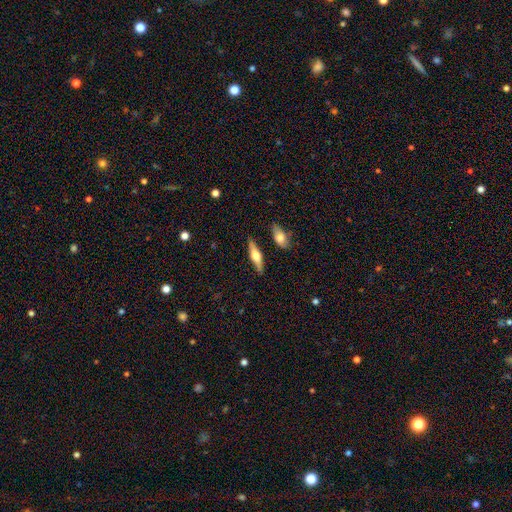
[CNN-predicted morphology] smooth_or_featured: featured or disk (p=0.55) [alt: smooth p=0.39]
disk_edge_on: yes (p=0.93) [alt: no p=0.07]
edge_on_bulge: rounded (p=0.92) [alt: boxy p=0.05]
merging: none (p=0.83) [alt: minor disturbance p=0.10]